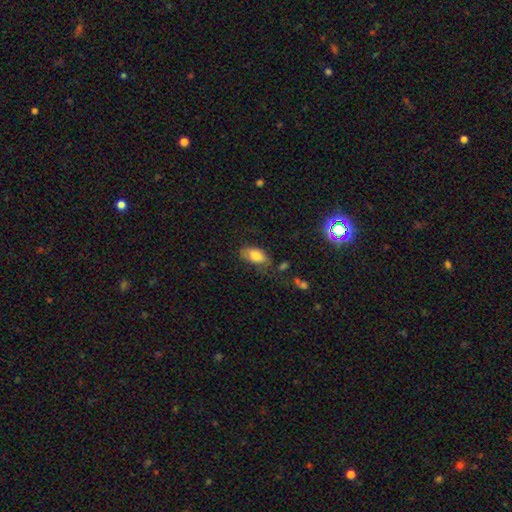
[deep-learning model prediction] smooth 79%, featured or disk 12%, star or artifact 8%. Down the decision tree: how rounded — in between (90%); merging — none (62%).